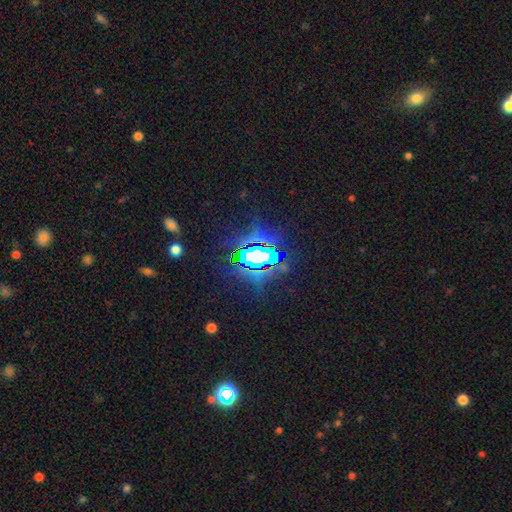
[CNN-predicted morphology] Q: Smooth or featured?
A: star or artifact (75%); runner-up: smooth (13%)